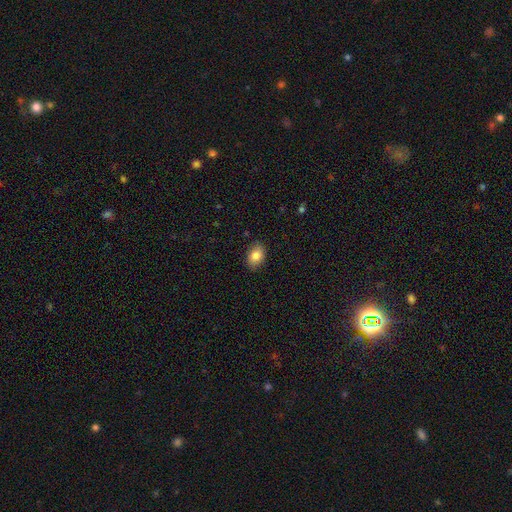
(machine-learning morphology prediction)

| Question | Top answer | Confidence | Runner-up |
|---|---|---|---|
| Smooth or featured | smooth | 84% | featured or disk (8%) |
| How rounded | in between | 80% | round (19%) |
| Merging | none | 86% | minor disturbance (11%) |